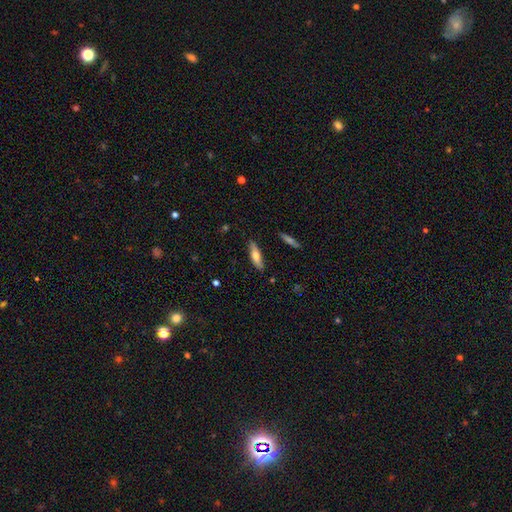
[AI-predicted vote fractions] smooth-or-featured: smooth: 58% | featured or disk: 36% | star or artifact: 6%
  how-rounded: cigar-shaped: 67% | in between: 31% | round: 2%
  merging: none: 85% | minor disturbance: 11% | major disturbance: 2% | merger: 2%